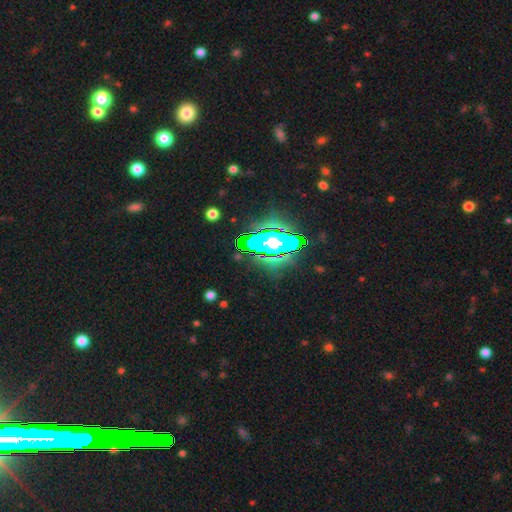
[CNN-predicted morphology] A star or artifact, not a galaxy (81%).

Vote fractions:
- Smooth or featured? star or artifact: 81% / smooth: 10% / featured or disk: 9%